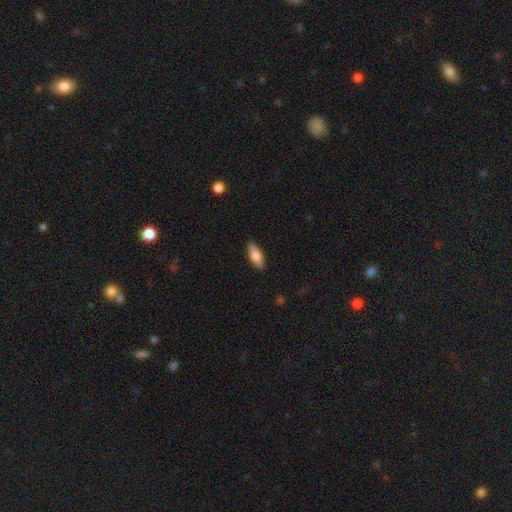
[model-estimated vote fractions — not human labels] Smooth or featured? Predicted: smooth (p=0.78). How rounded? Predicted: in between (p=0.74). Merging? Predicted: none (p=0.88).